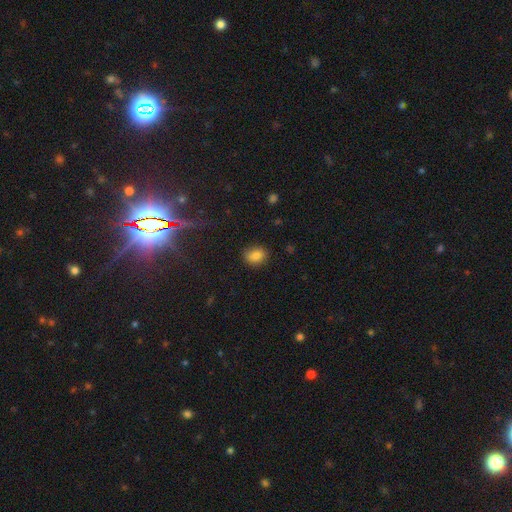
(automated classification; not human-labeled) Overall: smooth (85%). How rounded: in between (63%; round 35%). Merging: none (85%).